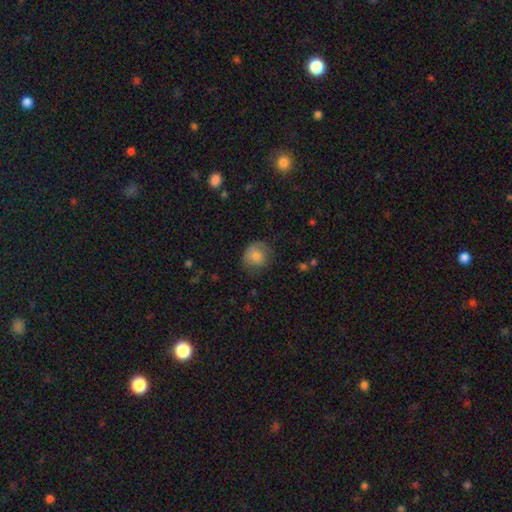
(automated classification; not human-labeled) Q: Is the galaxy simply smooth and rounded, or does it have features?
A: smooth — 79%.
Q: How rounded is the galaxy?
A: round — 79%.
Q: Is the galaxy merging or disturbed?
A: none — 65%.